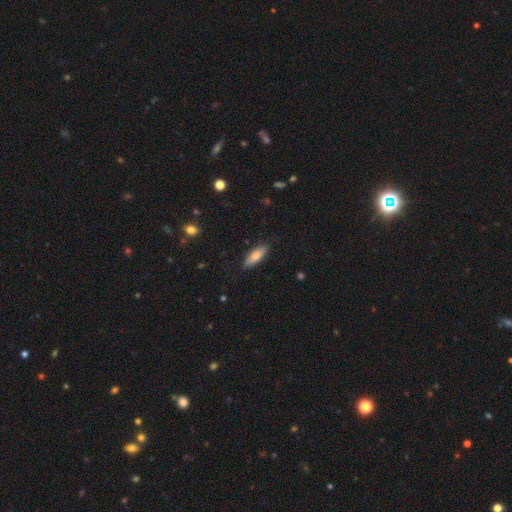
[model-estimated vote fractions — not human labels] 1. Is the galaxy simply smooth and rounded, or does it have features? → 73% smooth, 21% featured or disk, 6% star or artifact.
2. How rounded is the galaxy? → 55% in between, 43% cigar-shaped, 2% round.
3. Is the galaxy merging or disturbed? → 86% none, 10% minor disturbance, 2% major disturbance, 1% merger.